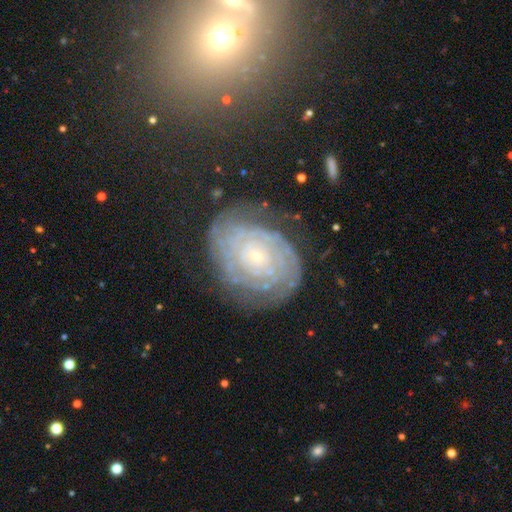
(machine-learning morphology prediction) Smooth or featured?
  - featured or disk: 81% *
  - smooth: 11%
  - star or artifact: 9%
Edge-on disk?
  - no: 97% *
  - yes: 3%
Bar?
  - no: 81% *
  - weak: 14%
  - strong: 5%
Spiral arms?
  - yes: 94% *
  - no: 6%
Spiral winding?
  - tight: 85% *
  - medium: 12%
  - loose: 3%
Spiral arm count?
  - can't tell: 43% *
  - 2: 16%
  - 4: 12%
  - 3: 12%
  - more than 4: 10%
  - 1: 7%
Bulge size?
  - small: 85% *
  - moderate: 10%
  - none: 2%
  - large: 1%
  - dominant: 1%
Merging?
  - none: 75% *
  - minor disturbance: 16%
  - major disturbance: 7%
  - merger: 2%